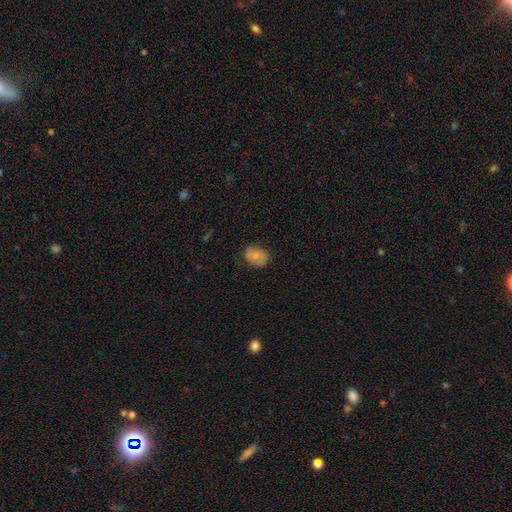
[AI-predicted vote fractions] smooth 72%, featured or disk 19%, star or artifact 8%. Down the decision tree: how rounded — in between (69%); merging — none (72%).